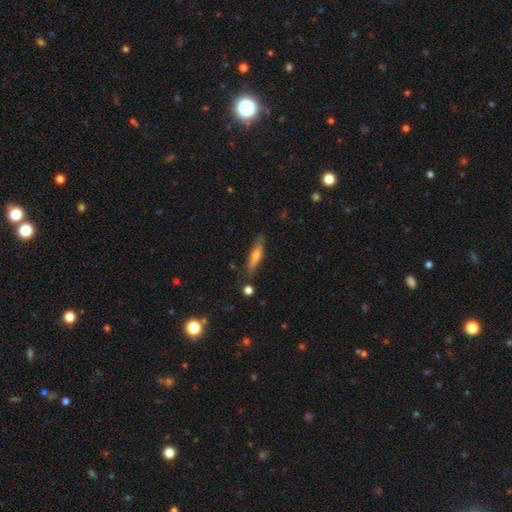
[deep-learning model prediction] Smooth or featured? Predicted: smooth (p=0.50). How rounded? Predicted: cigar-shaped (p=0.81). Merging? Predicted: none (p=0.81).